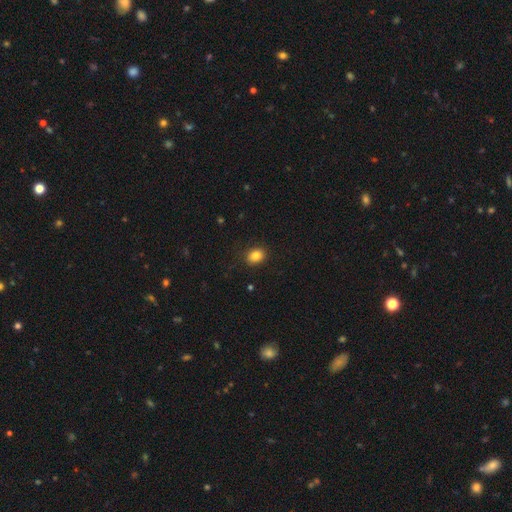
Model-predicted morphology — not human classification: Overall: smooth (84%). How rounded: in between (59%; round 40%). Merging: none (87%).